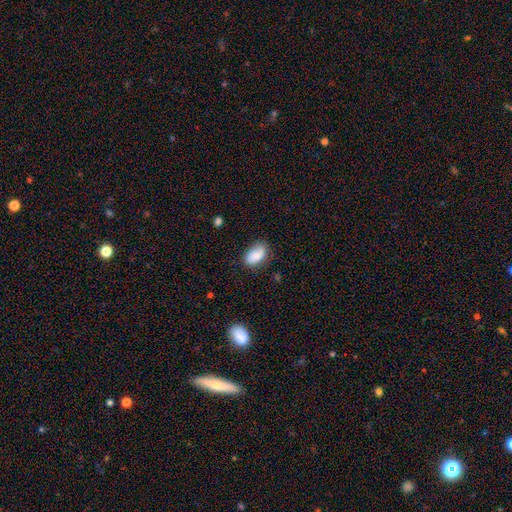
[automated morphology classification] A smooth galaxy with no disk features (83%) that is in between round and cigar-shaped (92%).

Vote fractions:
- Smooth or featured? smooth: 83% / featured or disk: 10% / star or artifact: 8%
- How rounded? in between: 92% / round: 6% / cigar-shaped: 2%
- Merging? none: 70% / minor disturbance: 22% / major disturbance: 5% / merger: 2%